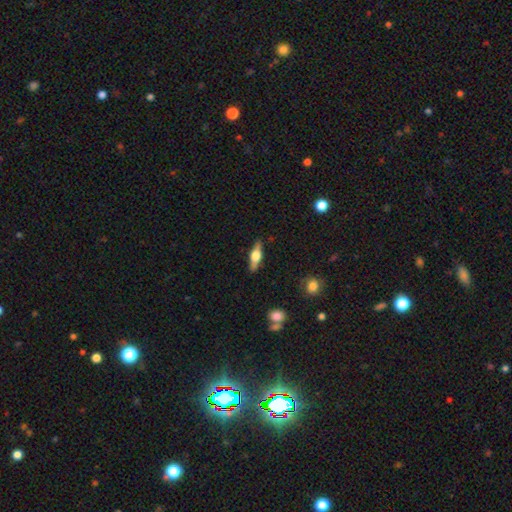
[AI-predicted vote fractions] A featured or disk galaxy (66%) viewed edge-on (96%) with a rounded central bulge (92%). Merging: none (88%).